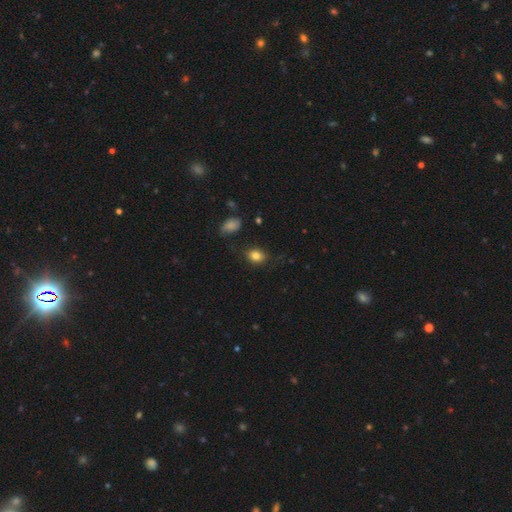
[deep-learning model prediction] smooth_or_featured: smooth (p=0.82) [alt: star or artifact p=0.11]
how_rounded: in between (p=0.54) [alt: round p=0.45]
merging: none (p=0.77) [alt: minor disturbance p=0.16]